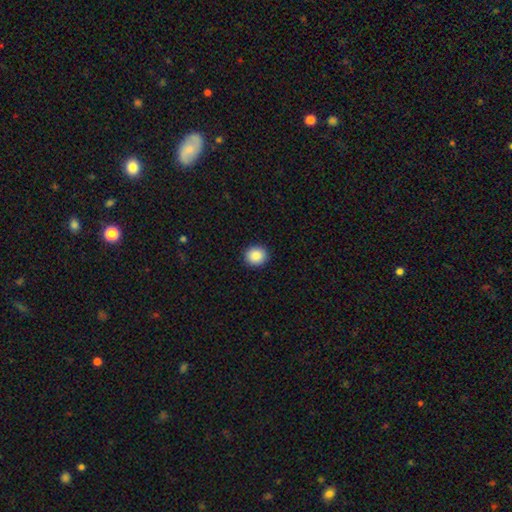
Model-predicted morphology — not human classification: Smooth or featured? smooth (88%)
How rounded? round (86%)
Merging? none (92%)